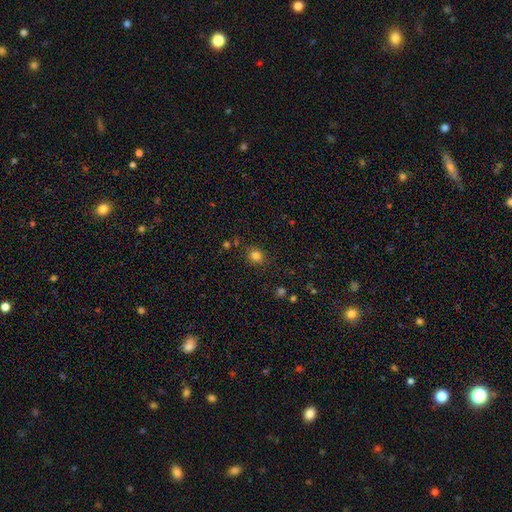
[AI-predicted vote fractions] The model was most divided on "how rounded": round: 74%, in between: 25%, cigar-shaped: 1%. More confident: merging — none (82%); smooth or featured — smooth (81%).